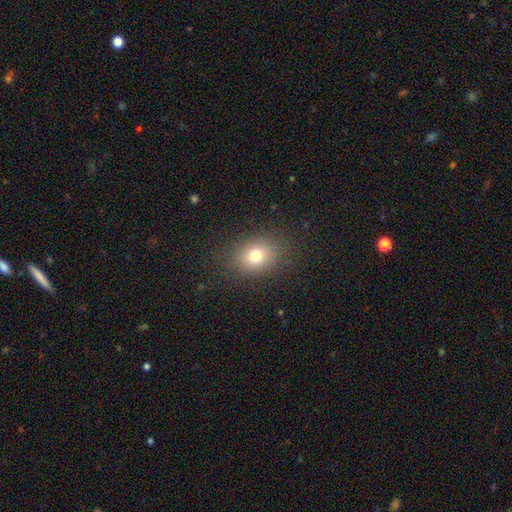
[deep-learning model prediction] smooth_or_featured: smooth (p=0.76) [alt: star or artifact p=0.14]
how_rounded: in between (p=0.54) [alt: round p=0.44]
merging: none (p=0.84) [alt: minor disturbance p=0.10]